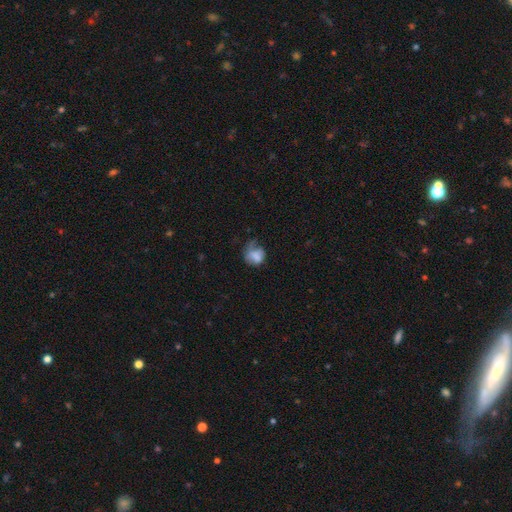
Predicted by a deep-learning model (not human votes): Smooth or featured? Predicted: smooth (p=0.66). How rounded? Predicted: round (p=0.51). Merging? Predicted: major disturbance (p=0.40).